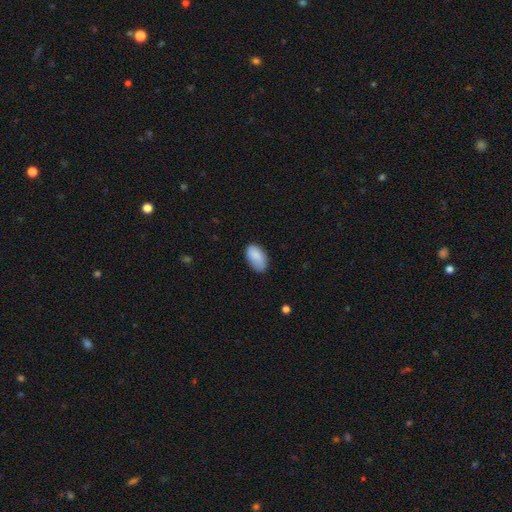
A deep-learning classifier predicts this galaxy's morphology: A smooth galaxy with no disk features (87%) that is in between round and cigar-shaped (94%).

Vote fractions:
- Smooth or featured? smooth: 87% / featured or disk: 7% / star or artifact: 7%
- How rounded? in between: 94% / round: 4% / cigar-shaped: 2%
- Merging? none: 76% / minor disturbance: 19% / major disturbance: 3% / merger: 1%